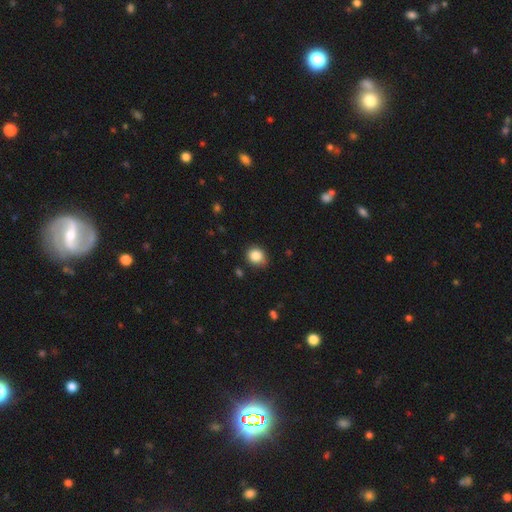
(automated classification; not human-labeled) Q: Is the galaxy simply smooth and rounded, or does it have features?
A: smooth — 85%.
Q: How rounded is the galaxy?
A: round — 76%.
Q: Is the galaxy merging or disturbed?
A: none — 77%.